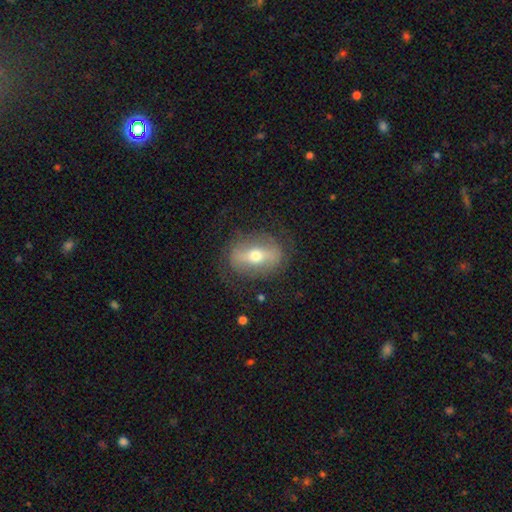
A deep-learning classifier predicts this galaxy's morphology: Smooth or featured? featured or disk (57%)
Edge-on disk? no (79%)
Merging? none (76%)